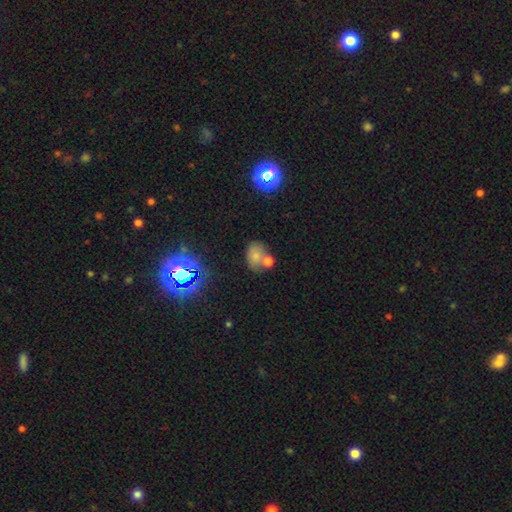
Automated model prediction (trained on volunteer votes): The model was most divided on "merging": none: 43%, merger: 36%, minor disturbance: 14%, major disturbance: 6%. More confident: smooth or featured — smooth (66%); how rounded — in between (65%).